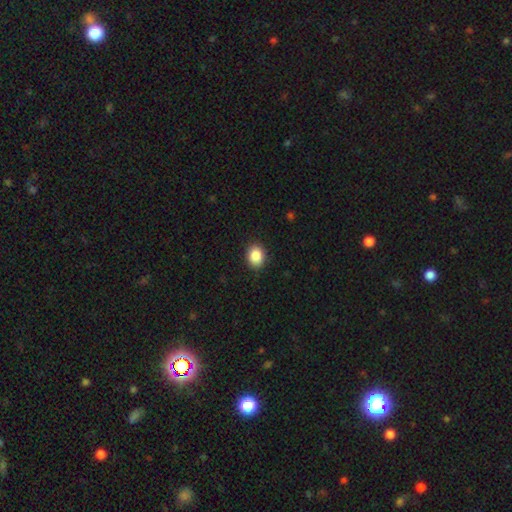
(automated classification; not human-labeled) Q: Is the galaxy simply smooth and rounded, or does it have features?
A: smooth — 88%.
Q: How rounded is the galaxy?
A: round — 51%.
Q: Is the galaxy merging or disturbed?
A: none — 89%.